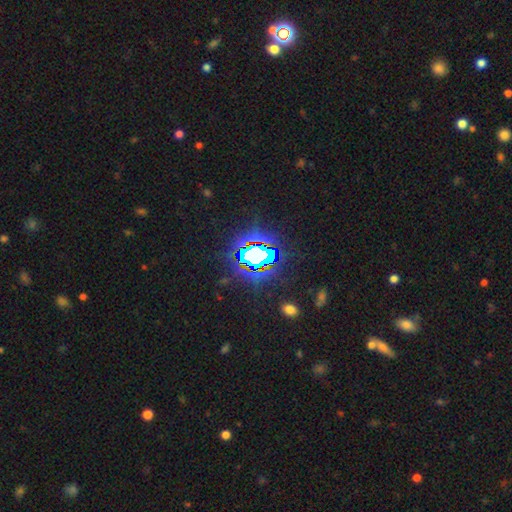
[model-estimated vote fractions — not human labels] The model was most divided on "smooth or featured": star or artifact: 71%, smooth: 16%, featured or disk: 14%.